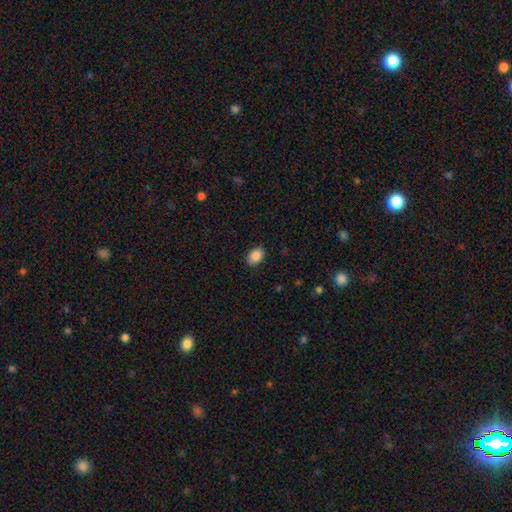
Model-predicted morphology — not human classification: This is clearly a smooth galaxy (88%). How rounded: clearly in between (82%). Merging: clearly none (87%).